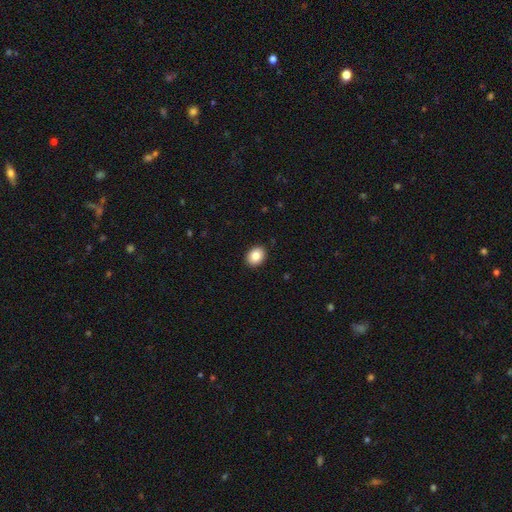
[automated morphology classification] smooth 85%, star or artifact 8%, featured or disk 6%. Down the decision tree: how rounded — in between (55%); merging — none (91%).